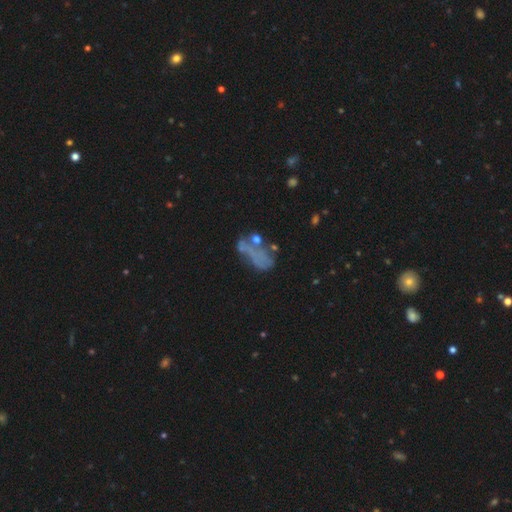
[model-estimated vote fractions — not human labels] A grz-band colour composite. It shows a featured or disk galaxy (43%). Merging: none (33%).